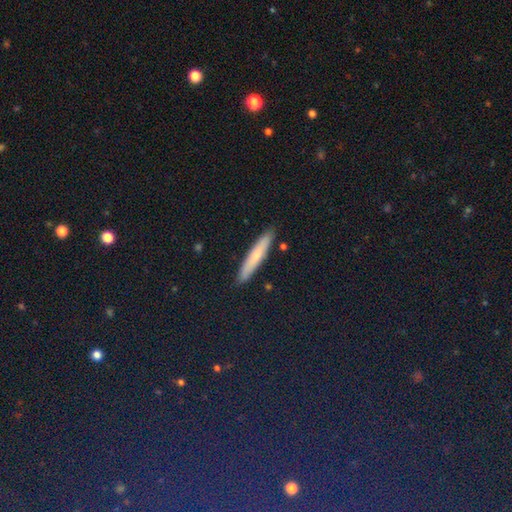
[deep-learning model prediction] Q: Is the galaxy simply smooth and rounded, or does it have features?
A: smooth — 63%.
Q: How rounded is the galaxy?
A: cigar-shaped — 91%.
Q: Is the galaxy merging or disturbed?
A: none — 89%.